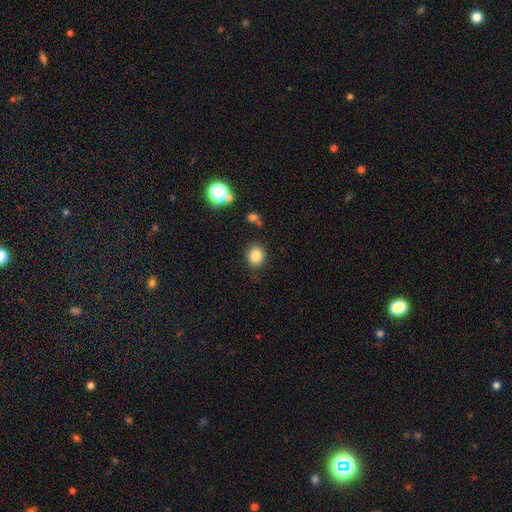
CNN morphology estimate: Q: Smooth or featured?
A: smooth (83%); runner-up: star or artifact (11%)
Q: How rounded?
A: round (74%); runner-up: in between (25%)
Q: Merging?
A: none (84%); runner-up: minor disturbance (10%)